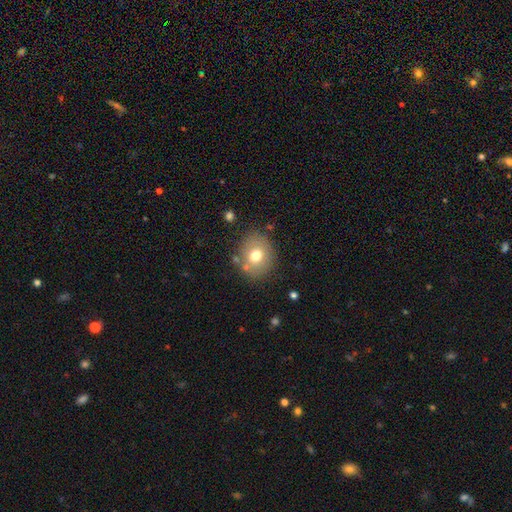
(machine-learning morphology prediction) Smooth or featured? Predicted: smooth (p=0.69). How rounded? Predicted: round (p=0.64). Merging? Predicted: none (p=0.77).